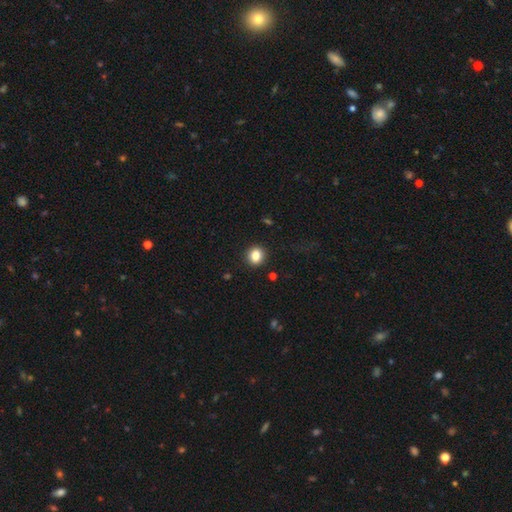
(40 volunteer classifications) Volunteers were most divided on "how rounded": round: 79%, in between: 21%, cigar-shaped: 0%. More confident: merging — none (89%); smooth or featured — smooth (82%).